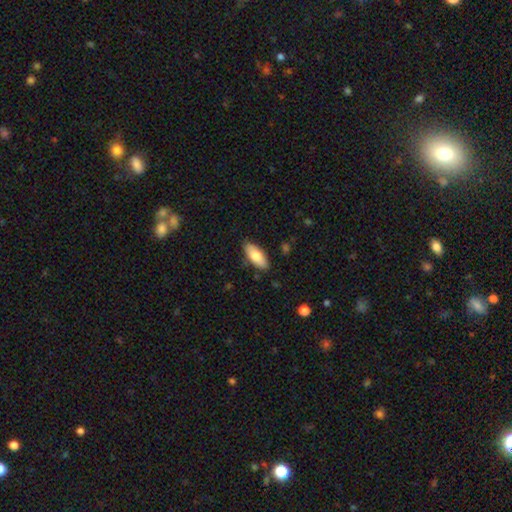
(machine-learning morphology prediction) This appears to be a smooth galaxy with no disk features (77%) that is in between round and cigar-shaped (82%). Merging: none (85%).